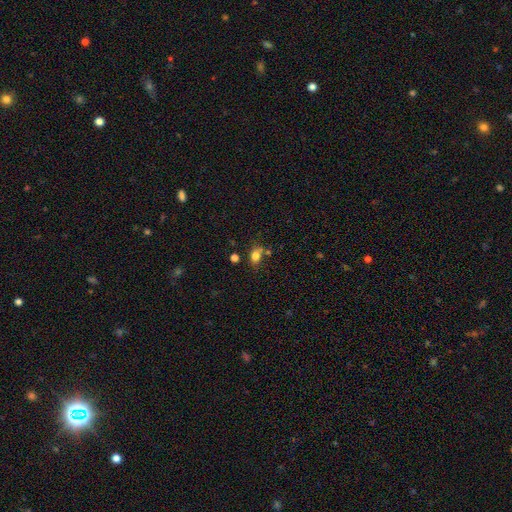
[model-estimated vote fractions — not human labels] This appears to be a smooth galaxy with no disk features (79%) that is in between round and cigar-shaped (69%). Merging: none (62%).